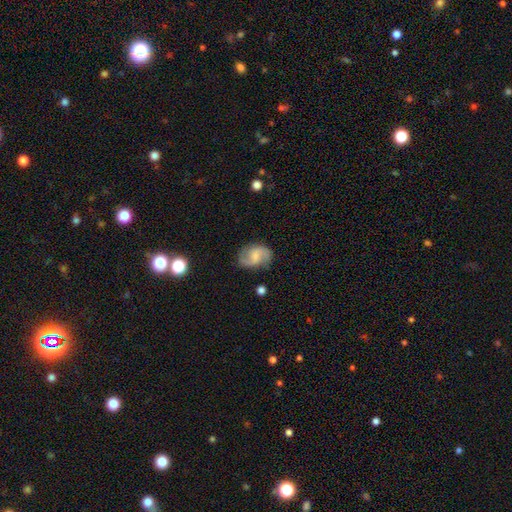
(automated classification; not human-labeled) The model was most divided on "bulge size": none: 34%, small: 30%, moderate: 27%, large: 7%, dominant: 2%. Remaining: edge-on disk — no (98%); spiral arms — yes (95%); spiral arm count — 2 (91%); merging — none (79%); smooth or featured — featured or disk (73%); bar — weak (50%); spiral winding — medium (45%).